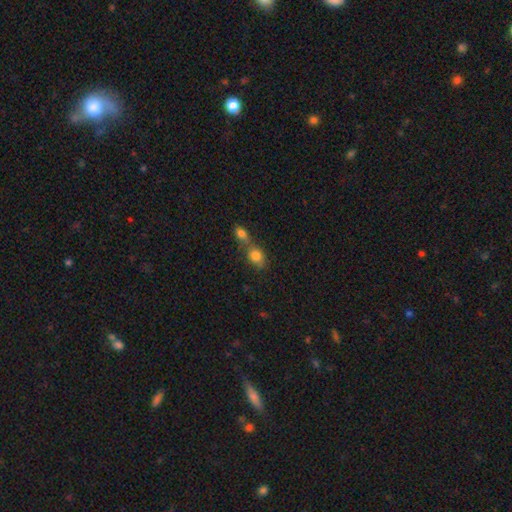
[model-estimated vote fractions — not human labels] Q: Smooth or featured?
A: smooth (80%); runner-up: star or artifact (10%)
Q: How rounded?
A: in between (58%); runner-up: round (40%)
Q: Merging?
A: merger (56%); runner-up: none (32%)